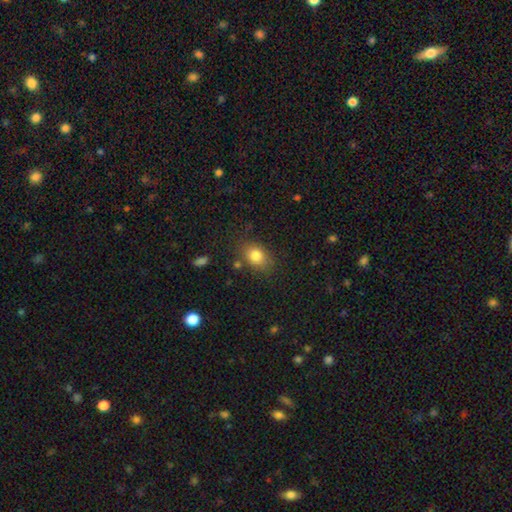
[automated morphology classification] This appears to be a smooth galaxy with no disk features (82%) that is in between round and cigar-shaped (67%). Merging: none (76%).